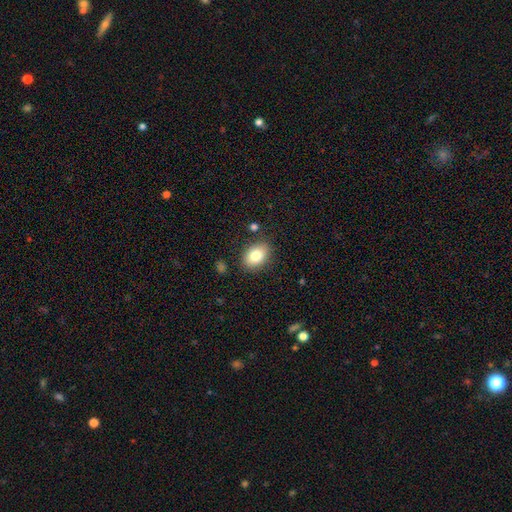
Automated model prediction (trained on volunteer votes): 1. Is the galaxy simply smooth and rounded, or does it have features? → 82% smooth, 10% featured or disk, 8% star or artifact.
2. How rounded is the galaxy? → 74% in between, 25% round, 1% cigar-shaped.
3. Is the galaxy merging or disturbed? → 85% none, 10% minor disturbance, 3% major disturbance, 2% merger.